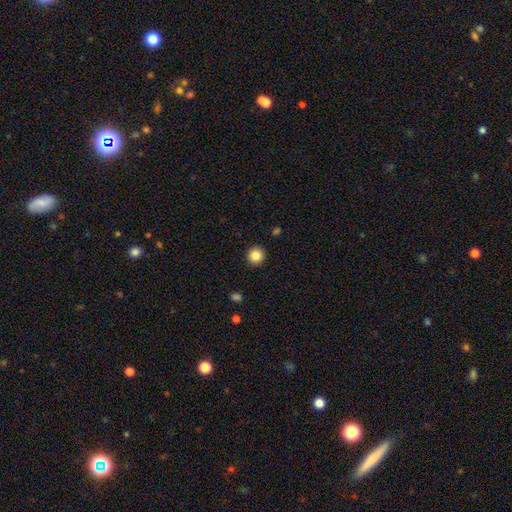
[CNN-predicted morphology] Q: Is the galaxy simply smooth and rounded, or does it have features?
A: smooth — 85%.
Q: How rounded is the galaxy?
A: round — 95%.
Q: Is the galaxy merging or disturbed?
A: none — 93%.